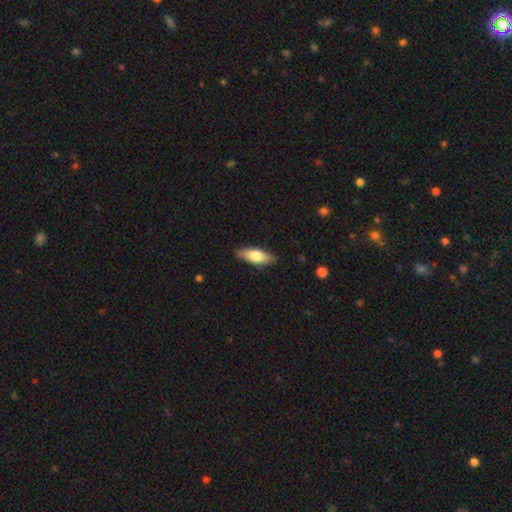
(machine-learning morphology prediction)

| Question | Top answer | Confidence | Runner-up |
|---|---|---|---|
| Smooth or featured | smooth | 69% | featured or disk (26%) |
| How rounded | in between | 68% | cigar-shaped (29%) |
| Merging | none | 85% | minor disturbance (12%) |